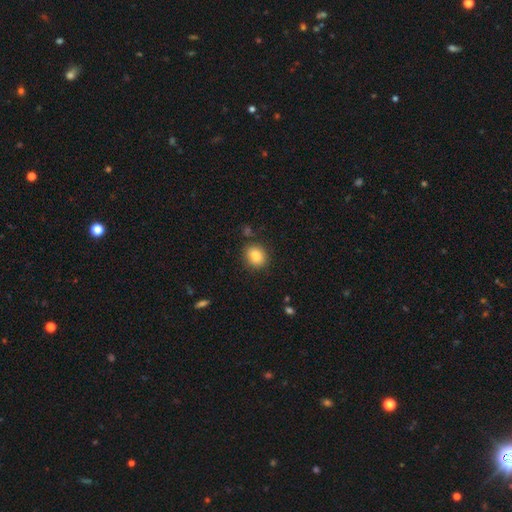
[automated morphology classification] smooth-or-featured: smooth: 84% | star or artifact: 9% | featured or disk: 6%
  how-rounded: round: 63% | in between: 36% | cigar-shaped: 1%
  merging: none: 85% | minor disturbance: 10% | major disturbance: 3% | merger: 3%